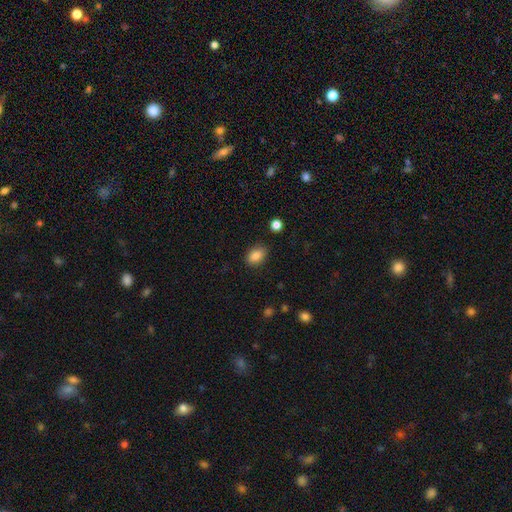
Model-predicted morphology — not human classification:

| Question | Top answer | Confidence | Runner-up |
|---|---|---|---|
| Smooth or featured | smooth | 87% | star or artifact (9%) |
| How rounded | in between | 83% | round (16%) |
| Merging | none | 86% | minor disturbance (10%) |